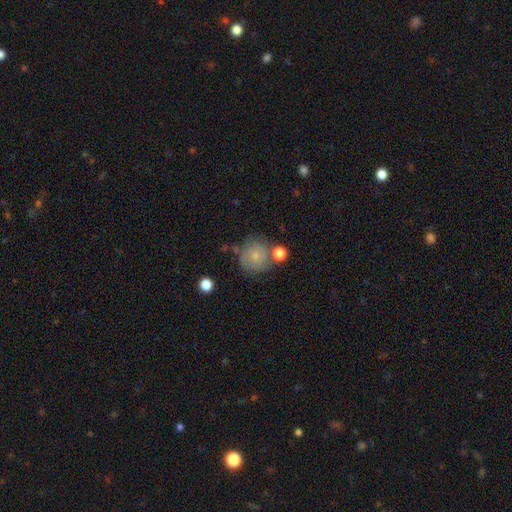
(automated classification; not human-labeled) Smooth or featured? Predicted: smooth (p=0.60). How rounded? Predicted: round (p=0.88). Merging? Predicted: none (p=0.61).